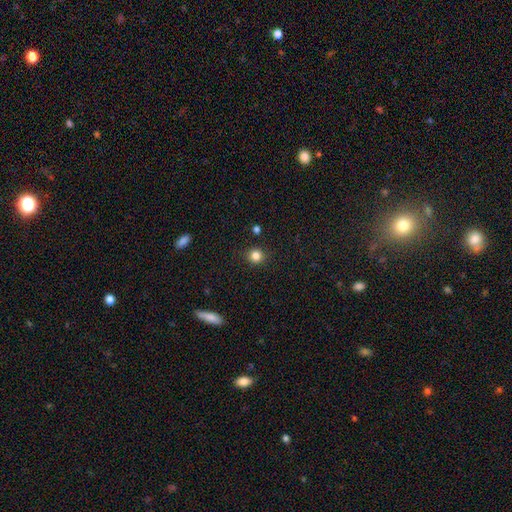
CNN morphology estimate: smooth 83%, star or artifact 12%, featured or disk 5%. Down the decision tree: how rounded — round (91%); merging — none (90%).